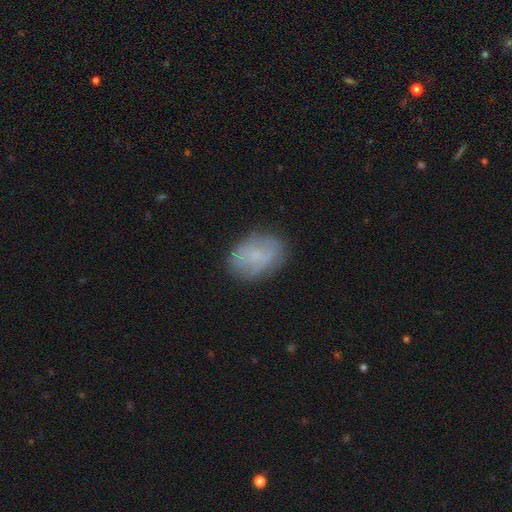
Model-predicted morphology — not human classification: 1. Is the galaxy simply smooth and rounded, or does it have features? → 59% smooth, 32% featured or disk, 9% star or artifact.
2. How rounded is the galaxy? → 81% in between, 18% round, 1% cigar-shaped.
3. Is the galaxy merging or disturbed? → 75% none, 18% minor disturbance, 6% major disturbance, 1% merger.